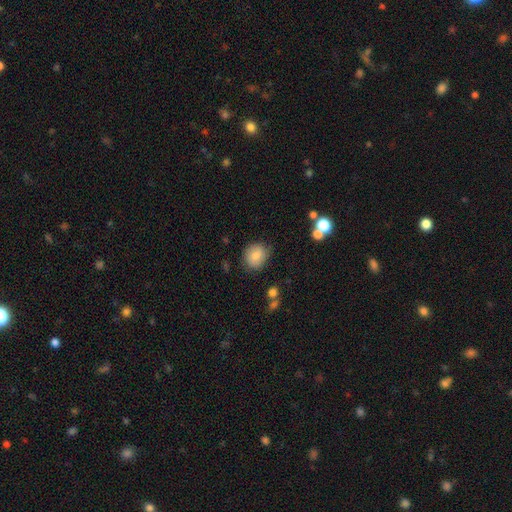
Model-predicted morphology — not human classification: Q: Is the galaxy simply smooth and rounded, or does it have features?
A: smooth — 81%.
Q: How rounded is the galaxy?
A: round — 74%.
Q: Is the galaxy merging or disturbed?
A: none — 77%.